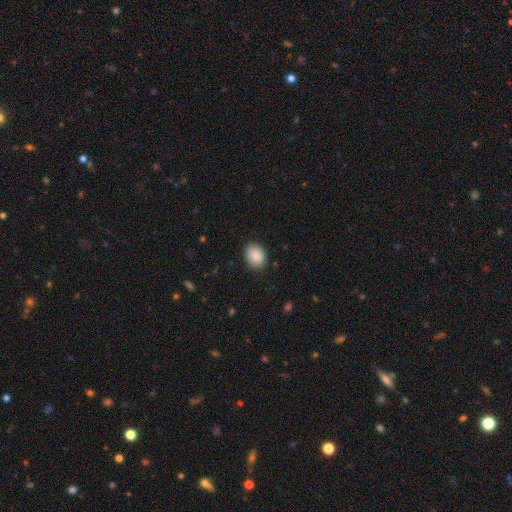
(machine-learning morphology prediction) Smooth or featured: smooth — 85% (star or artifact — 8%)
How rounded: in between — 56% (round — 44%)
Merging: none — 87% (minor disturbance — 10%)